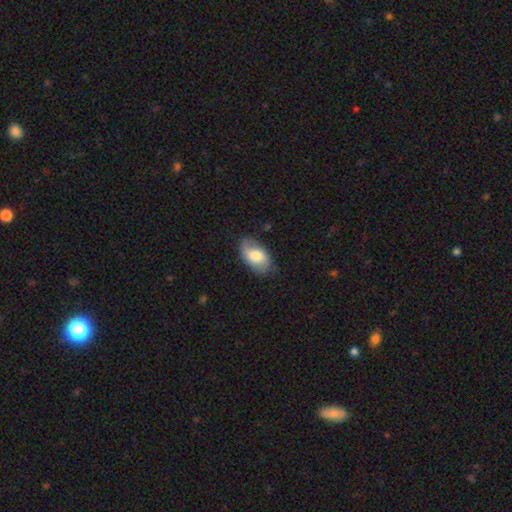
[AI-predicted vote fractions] Smooth or featured: smooth — 61% (featured or disk — 32%)
How rounded: in between — 92% (round — 6%)
Merging: none — 74% (minor disturbance — 20%)